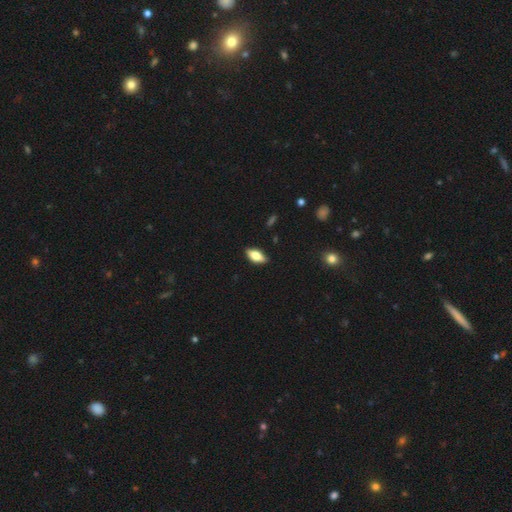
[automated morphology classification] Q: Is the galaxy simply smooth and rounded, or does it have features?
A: smooth — 65%.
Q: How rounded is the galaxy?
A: in between — 84%.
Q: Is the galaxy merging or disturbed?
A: none — 85%.